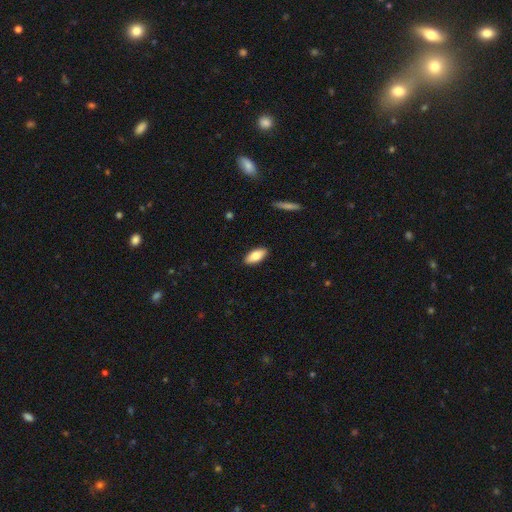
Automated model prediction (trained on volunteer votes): Q: Smooth or featured?
A: smooth (80%); runner-up: featured or disk (14%)
Q: How rounded?
A: in between (88%); runner-up: cigar-shaped (10%)
Q: Merging?
A: none (90%); runner-up: minor disturbance (7%)